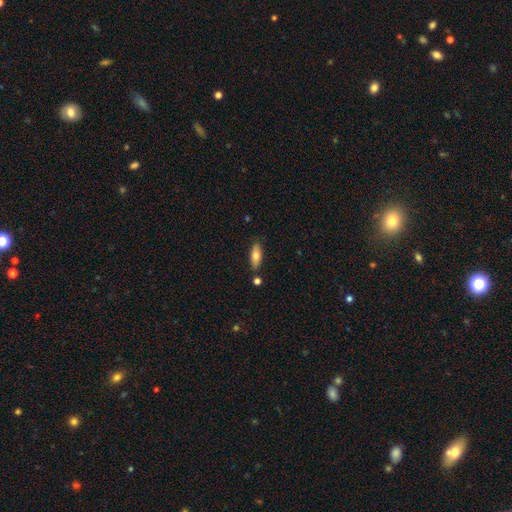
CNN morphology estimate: This appears to be a smooth galaxy with no disk features (75%) that is in between round and cigar-shaped (72%). Merging: none (80%).